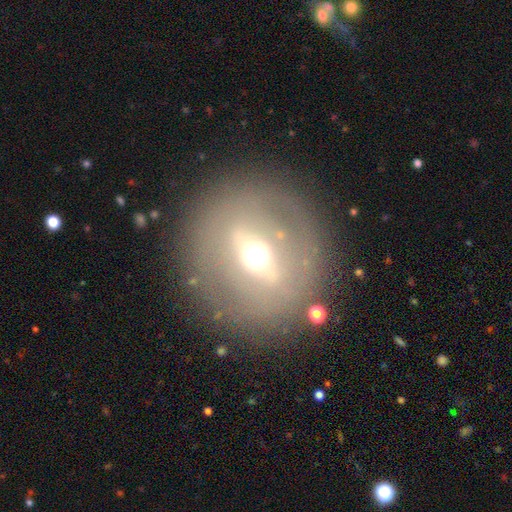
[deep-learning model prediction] smooth_or_featured: featured or disk (p=0.59) [alt: smooth p=0.30]
disk_edge_on: no (p=0.75) [alt: yes p=0.25]
merging: none (p=0.81) [alt: minor disturbance p=0.10]